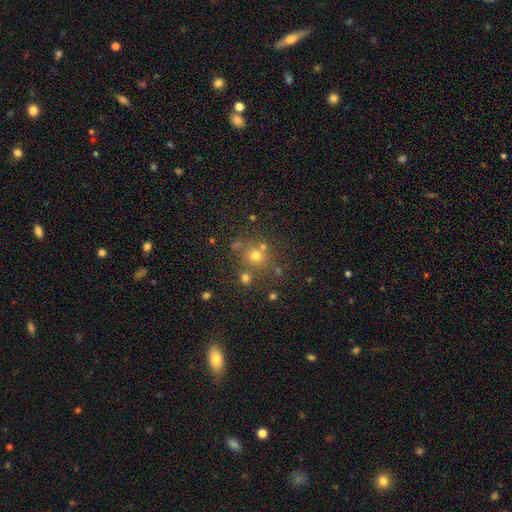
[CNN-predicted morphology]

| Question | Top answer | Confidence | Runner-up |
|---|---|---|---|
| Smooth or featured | smooth | 63% | star or artifact (25%) |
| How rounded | round | 87% | in between (12%) |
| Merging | none | 68% | merger (18%) |